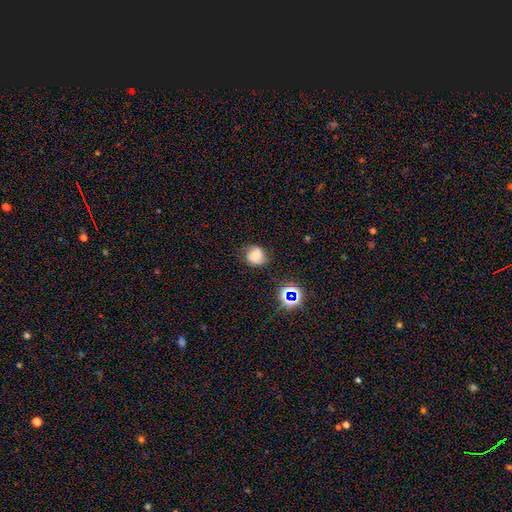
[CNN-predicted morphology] A smooth galaxy with no disk features (63%) that is round (79%).

Vote fractions:
- Smooth or featured? smooth: 63% / featured or disk: 19% / star or artifact: 18%
- How rounded? round: 79% / in between: 20% / cigar-shaped: 1%
- Merging? none: 69% / minor disturbance: 21% / major disturbance: 7% / merger: 2%